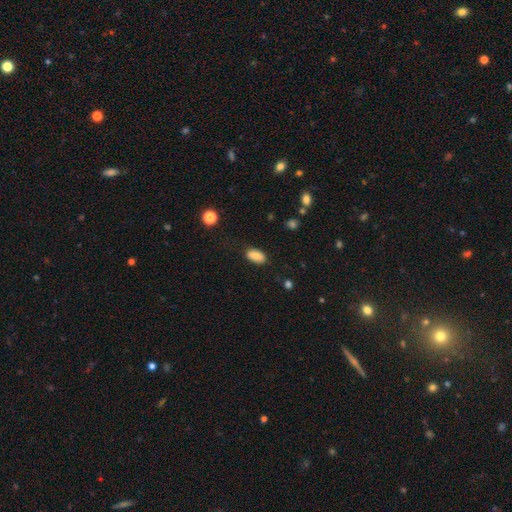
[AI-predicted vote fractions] smooth-or-featured: smooth: 85% | star or artifact: 8% | featured or disk: 7%
  how-rounded: in between: 92% | round: 4% | cigar-shaped: 4%
  merging: none: 83% | minor disturbance: 12% | major disturbance: 3% | merger: 1%